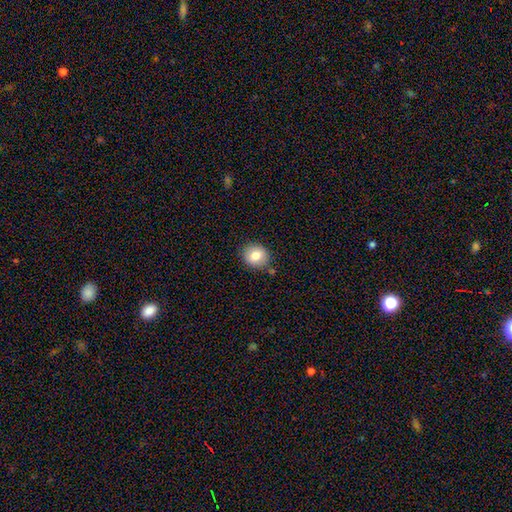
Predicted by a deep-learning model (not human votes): A smooth galaxy with no disk features (80%) that is round (77%).

Vote fractions:
- Smooth or featured? smooth: 80% / featured or disk: 11% / star or artifact: 9%
- How rounded? round: 77% / in between: 22% / cigar-shaped: 1%
- Merging? none: 83% / minor disturbance: 11% / merger: 3% / major disturbance: 3%